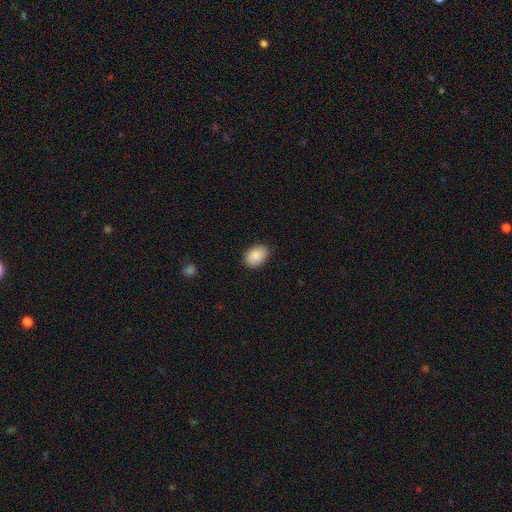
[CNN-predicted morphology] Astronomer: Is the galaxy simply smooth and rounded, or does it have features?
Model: smooth — 89%.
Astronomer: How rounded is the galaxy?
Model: in between — 81%.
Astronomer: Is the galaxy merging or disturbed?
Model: none — 86%.